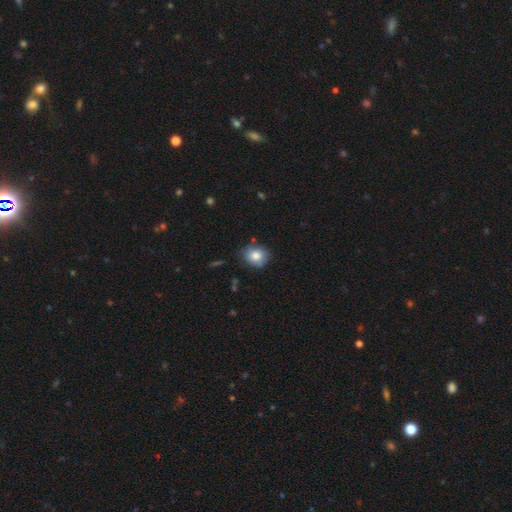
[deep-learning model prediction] smooth_or_featured: smooth (p=0.82) [alt: featured or disk p=0.09]
how_rounded: round (p=0.70) [alt: in between p=0.29]
merging: none (p=0.78) [alt: minor disturbance p=0.16]